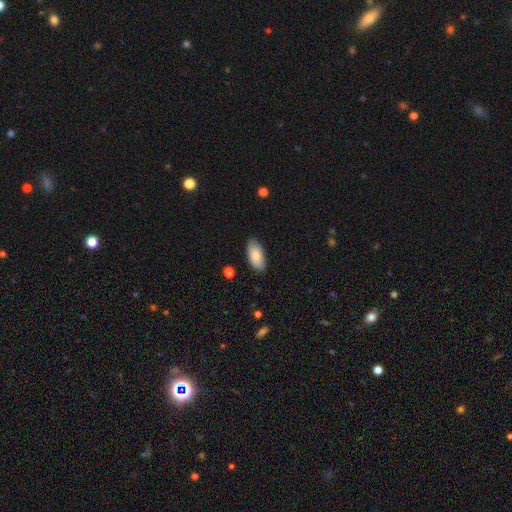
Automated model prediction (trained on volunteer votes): Smooth or featured? Predicted: smooth (p=0.84). How rounded? Predicted: in between (p=0.93). Merging? Predicted: none (p=0.85).